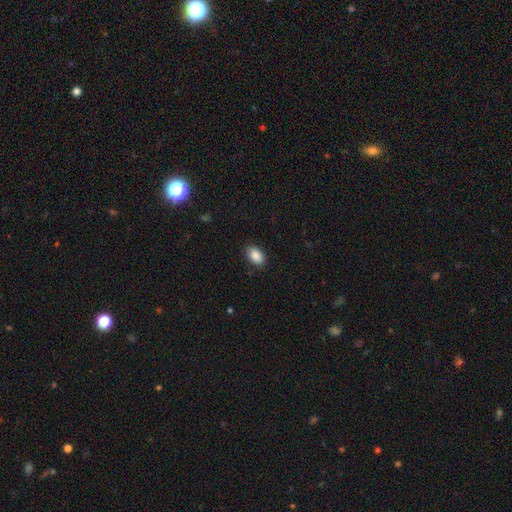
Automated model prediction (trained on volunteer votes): Overall: smooth (89%). How rounded: in between (92%). Merging: none (87%).